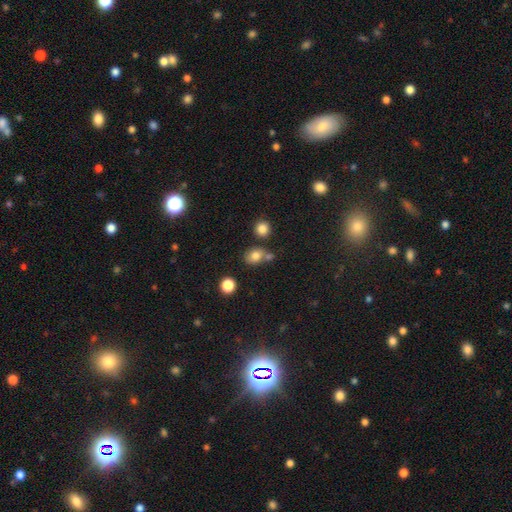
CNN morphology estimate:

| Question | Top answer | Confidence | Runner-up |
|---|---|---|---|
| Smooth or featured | smooth | 78% | star or artifact (13%) |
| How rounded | round | 53% | in between (45%) |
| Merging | none | 59% | merger (23%) |